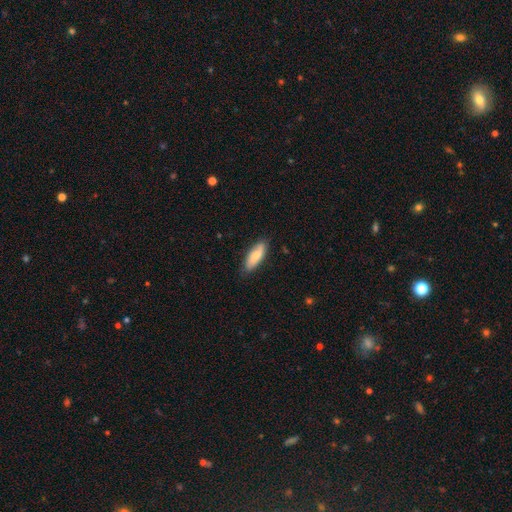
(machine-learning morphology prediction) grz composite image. It shows a smooth galaxy with no disk features (77%) that is in between round and cigar-shaped (66%). Merging: none (81%).